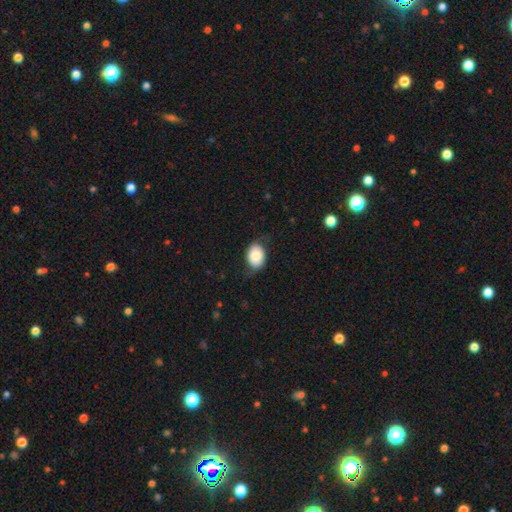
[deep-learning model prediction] A smooth galaxy with no disk features (82%) that is in between round and cigar-shaped (76%).

Vote fractions:
- Smooth or featured? smooth: 82% / featured or disk: 11% / star or artifact: 7%
- How rounded? in between: 76% / round: 23% / cigar-shaped: 1%
- Merging? none: 71% / minor disturbance: 22% / major disturbance: 6% / merger: 1%